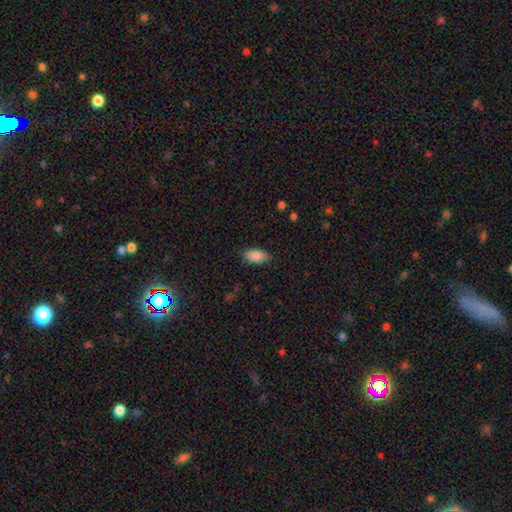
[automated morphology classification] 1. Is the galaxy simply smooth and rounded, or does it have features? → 88% smooth, 7% star or artifact, 5% featured or disk.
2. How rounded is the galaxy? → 92% in between, 5% cigar-shaped, 3% round.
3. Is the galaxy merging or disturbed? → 81% none, 14% minor disturbance, 3% major disturbance, 1% merger.